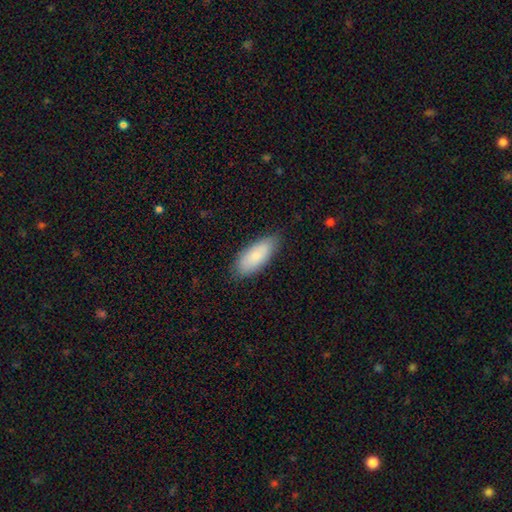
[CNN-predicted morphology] Smooth or featured? smooth (83%)
How rounded? in between (81%)
Merging? none (83%)